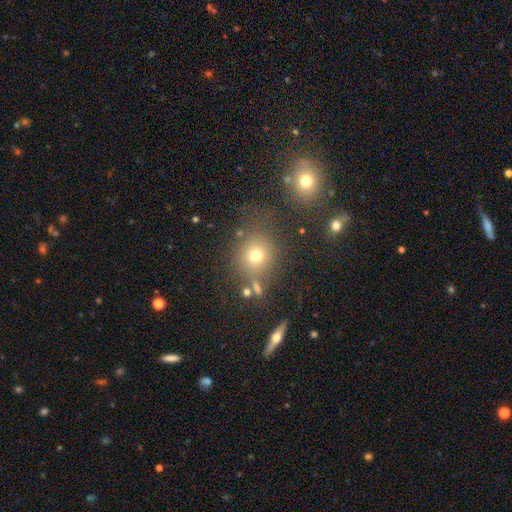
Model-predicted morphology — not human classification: smooth-or-featured: smooth: 70% | star or artifact: 19% | featured or disk: 11%
  how-rounded: round: 82% | in between: 17% | cigar-shaped: 1%
  merging: none: 71% | minor disturbance: 13% | merger: 9% | major disturbance: 7%